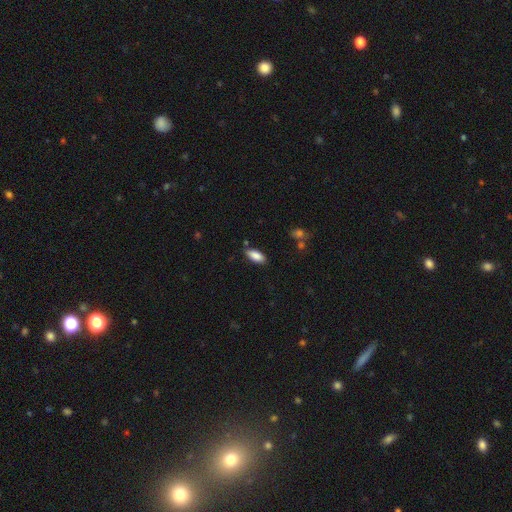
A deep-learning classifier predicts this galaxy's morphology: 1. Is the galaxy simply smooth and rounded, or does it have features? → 86% smooth, 7% featured or disk, 7% star or artifact.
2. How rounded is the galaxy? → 85% in between, 14% cigar-shaped, 2% round.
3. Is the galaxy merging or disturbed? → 80% none, 15% minor disturbance, 3% major disturbance, 2% merger.